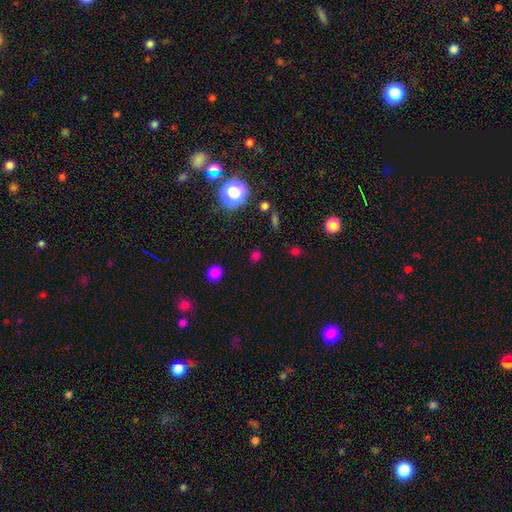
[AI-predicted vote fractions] Smooth or featured? Predicted: smooth (p=0.59). How rounded? Predicted: round (p=0.76). Merging? Predicted: none (p=0.81).